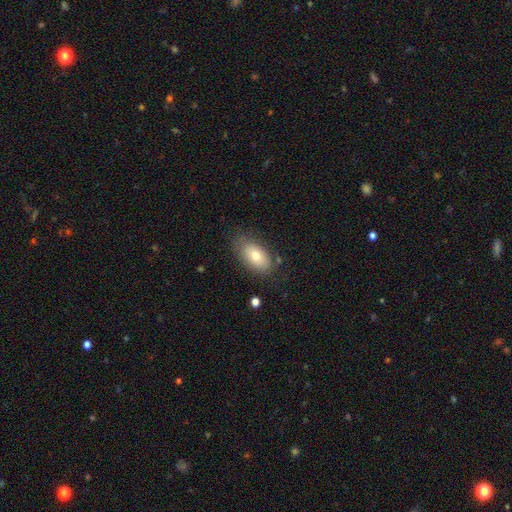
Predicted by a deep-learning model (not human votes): The model was most divided on "smooth or featured": smooth: 73%, featured or disk: 19%, star or artifact: 8%. More confident: how rounded — in between (92%); merging — none (77%).